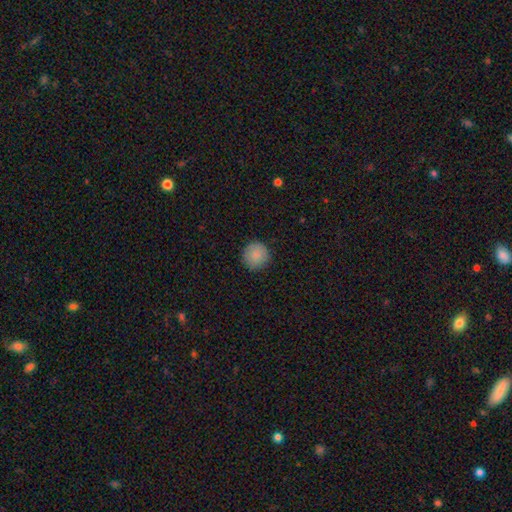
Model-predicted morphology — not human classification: smooth_or_featured: smooth (p=0.88) [alt: star or artifact p=0.08]
how_rounded: round (p=0.95) [alt: in between p=0.04]
merging: none (p=0.90) [alt: minor disturbance p=0.07]